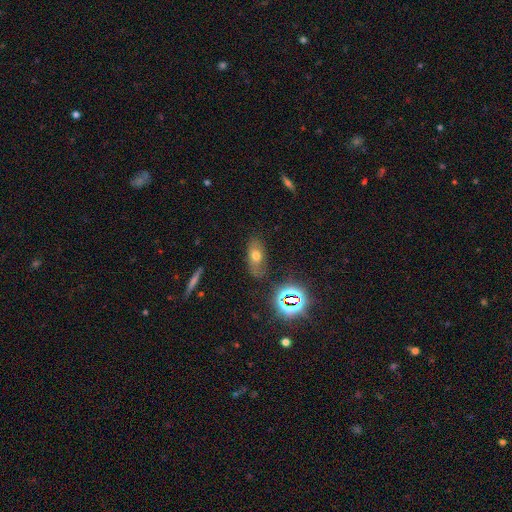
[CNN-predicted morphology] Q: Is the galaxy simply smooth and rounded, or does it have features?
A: smooth — 60%.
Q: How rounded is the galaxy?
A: in between — 82%.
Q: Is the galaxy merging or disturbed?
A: none — 74%.